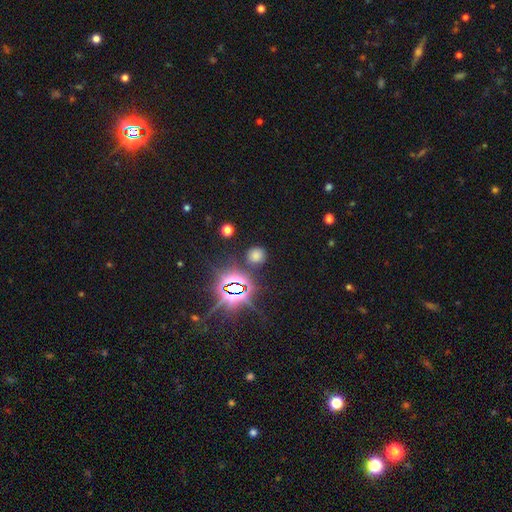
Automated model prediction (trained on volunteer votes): This is possibly a smooth galaxy (59%). How rounded: clearly round (84%). Merging: clearly none (83%).